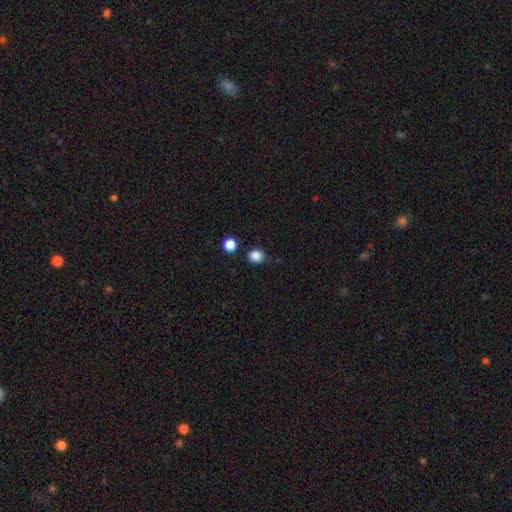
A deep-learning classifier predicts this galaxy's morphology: Smooth or featured?
  - smooth: 85% *
  - star or artifact: 11%
  - featured or disk: 3%
How rounded?
  - round: 86% *
  - in between: 13%
  - cigar-shaped: 1%
Merging?
  - none: 78% *
  - minor disturbance: 13%
  - merger: 5%
  - major disturbance: 3%